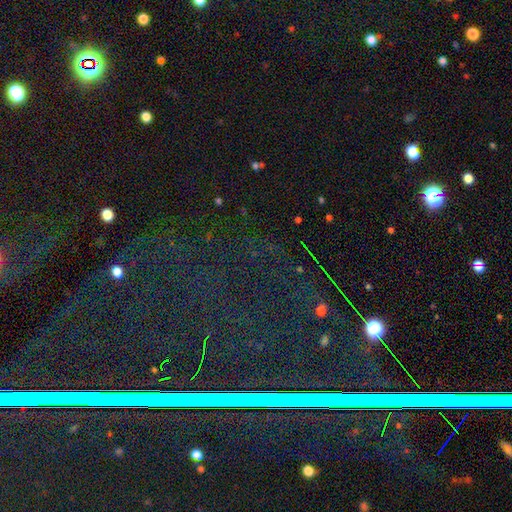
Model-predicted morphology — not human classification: Smooth or featured? Predicted: star or artifact (p=0.82).